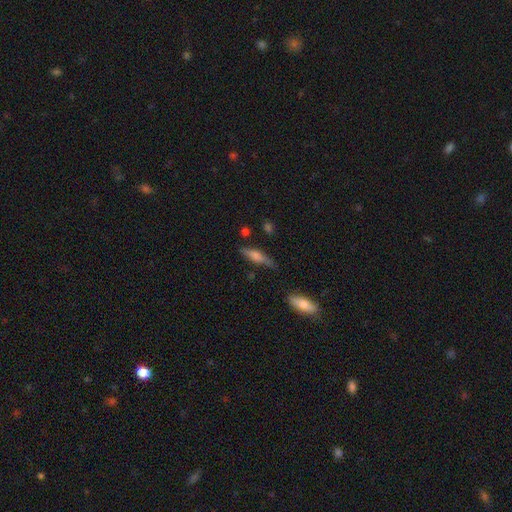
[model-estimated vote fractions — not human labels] A smooth galaxy with no disk features (51%) that is cigar-shaped (65%).

Vote fractions:
- Smooth or featured? smooth: 51% / featured or disk: 41% / star or artifact: 8%
- How rounded? cigar-shaped: 65% / in between: 32% / round: 3%
- Merging? none: 71% / minor disturbance: 21% / major disturbance: 5% / merger: 3%